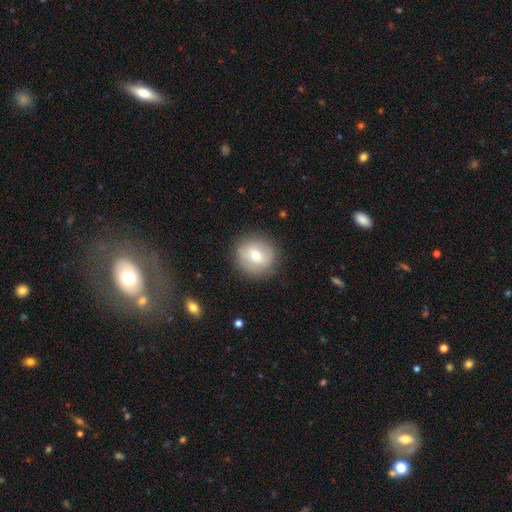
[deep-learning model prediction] smooth 59%, featured or disk 32%, star or artifact 9%. Down the decision tree: how rounded — round (90%); merging — none (86%).